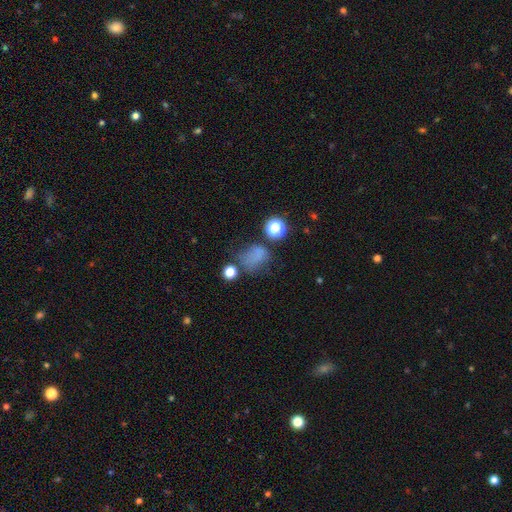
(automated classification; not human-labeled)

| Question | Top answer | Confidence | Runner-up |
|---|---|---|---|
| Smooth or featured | smooth | 62% | star or artifact (24%) |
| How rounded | in between | 56% | round (42%) |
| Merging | none | 40% | major disturbance (26%) |